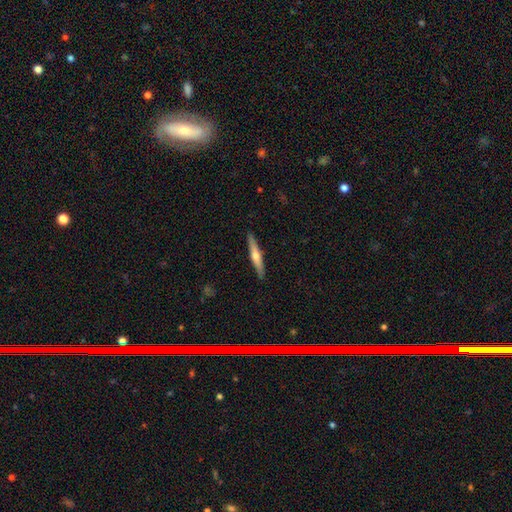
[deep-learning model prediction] Morphology: type=featured or disk (55%); edge-on=yes (96%); edge-on bulge=rounded (86%); merging=none (90%).